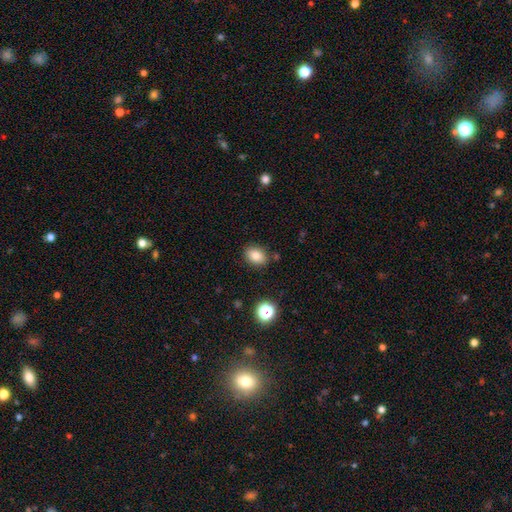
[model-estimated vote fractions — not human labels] Smooth or featured? smooth (82%)
How rounded? in between (70%)
Merging? none (84%)